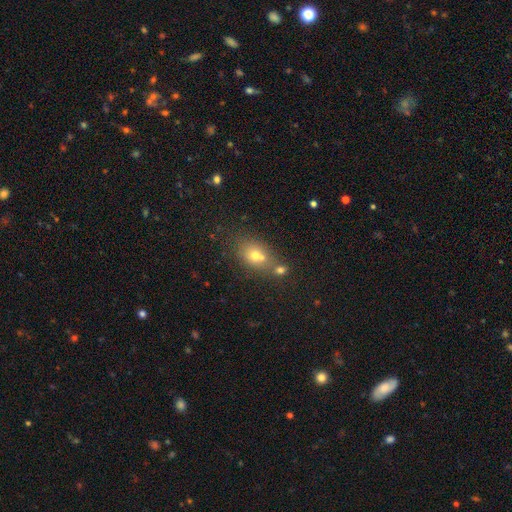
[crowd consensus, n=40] This is likely a smooth galaxy (75%). How rounded: likely in between (63%). Merging: marginally merger (42%).